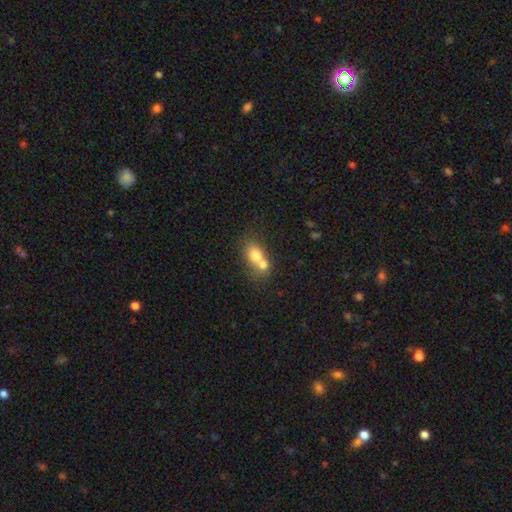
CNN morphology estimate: Overall: smooth (72%). How rounded: in between (53%; round 45%). Merging: merger (65%).